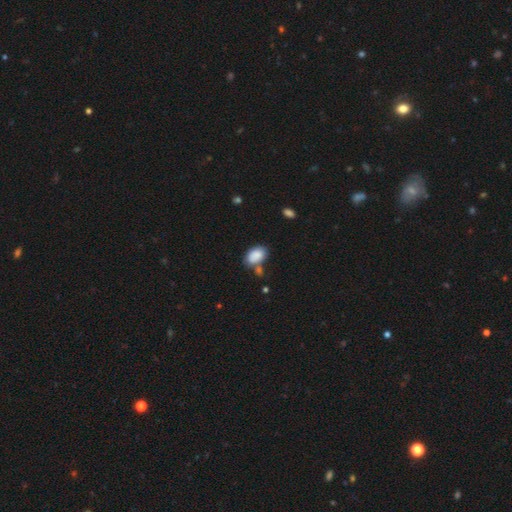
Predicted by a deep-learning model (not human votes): A smooth galaxy with no disk features (85%) that is in between round and cigar-shaped (87%).

Vote fractions:
- Smooth or featured? smooth: 85% / featured or disk: 8% / star or artifact: 7%
- How rounded? in between: 87% / round: 12% / cigar-shaped: 1%
- Merging? none: 54% / merger: 21% / minor disturbance: 19% / major disturbance: 6%